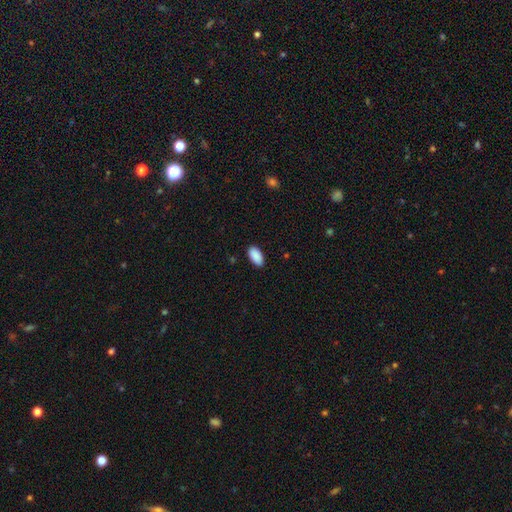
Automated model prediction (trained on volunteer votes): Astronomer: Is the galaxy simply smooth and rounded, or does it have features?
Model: smooth — 91%.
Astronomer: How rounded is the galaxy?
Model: in between — 95%.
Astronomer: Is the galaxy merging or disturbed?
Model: none — 88%.